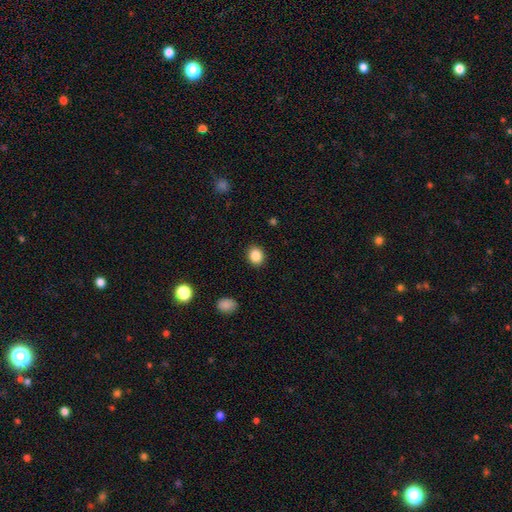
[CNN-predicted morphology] A smooth galaxy with no disk features (87%) that is round (63%).

Vote fractions:
- Smooth or featured? smooth: 87% / star or artifact: 9% / featured or disk: 4%
- How rounded? round: 63% / in between: 36% / cigar-shaped: 1%
- Merging? none: 90% / minor disturbance: 6% / major disturbance: 2% / merger: 1%